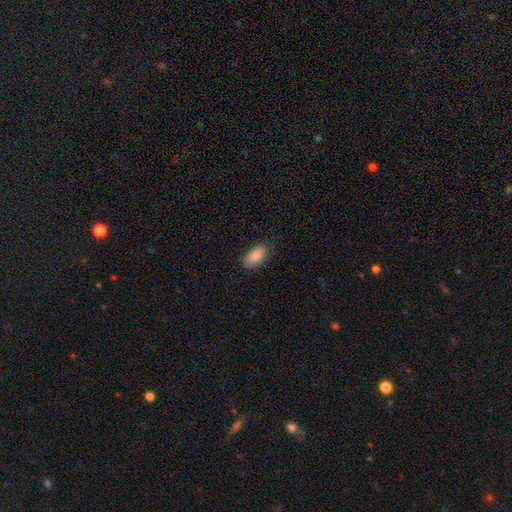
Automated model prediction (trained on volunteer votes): Smooth or featured? Predicted: smooth (p=0.88). How rounded? Predicted: in between (p=0.92). Merging? Predicted: none (p=0.80).